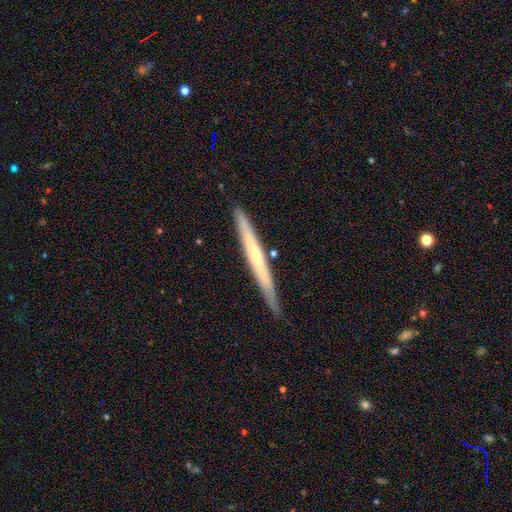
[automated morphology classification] smooth_or_featured: featured or disk (p=0.58) [alt: smooth p=0.37]
disk_edge_on: yes (p=0.95) [alt: no p=0.05]
edge_on_bulge: none (p=0.60) [alt: rounded p=0.35]
merging: none (p=0.85) [alt: minor disturbance p=0.11]